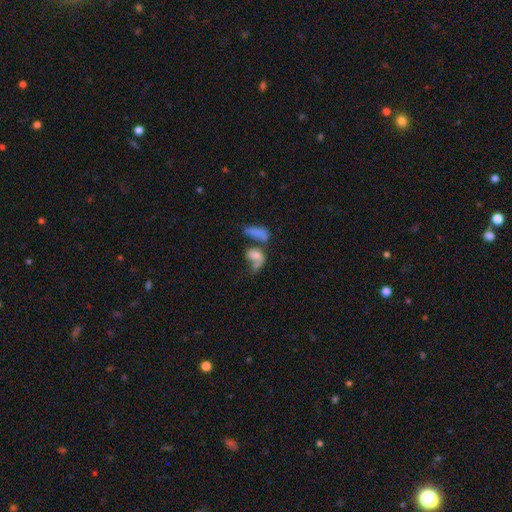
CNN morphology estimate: type=smooth (52%); roundness=in between (74%); merging=merger (51%).